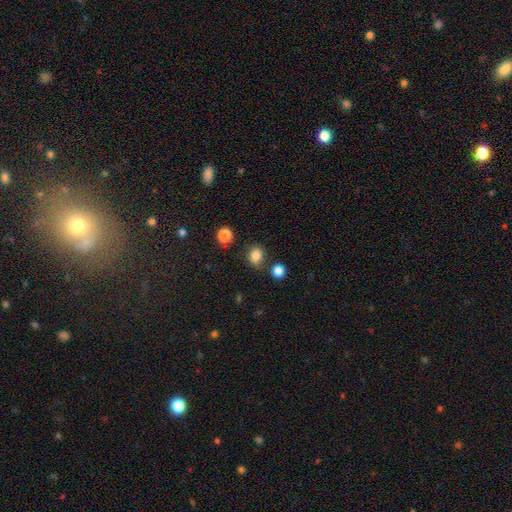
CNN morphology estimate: Smooth or featured? smooth (81%)
How rounded? round (56%)
Merging? none (74%)